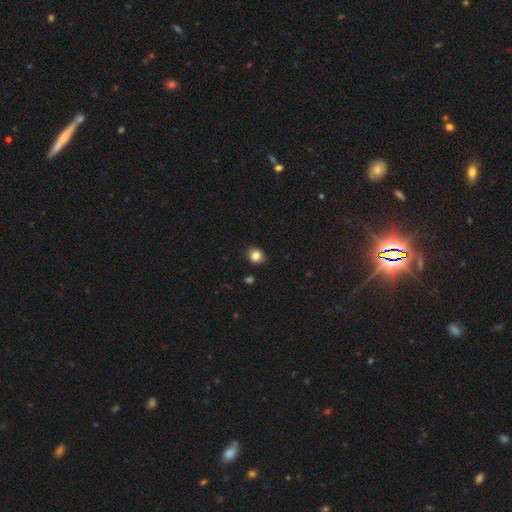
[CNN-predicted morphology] Q: Smooth or featured?
A: smooth (83%); runner-up: star or artifact (11%)
Q: How rounded?
A: round (64%); runner-up: in between (35%)
Q: Merging?
A: none (85%); runner-up: minor disturbance (11%)